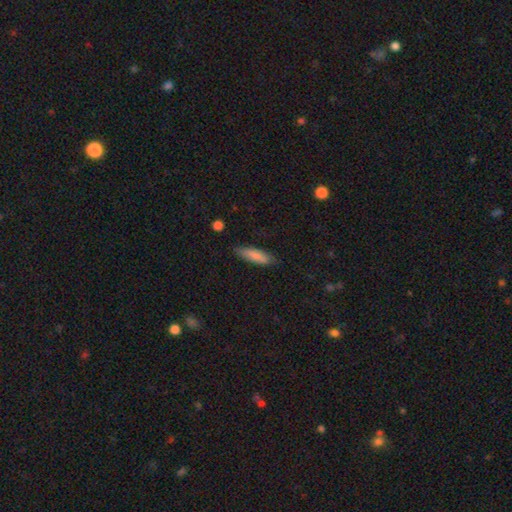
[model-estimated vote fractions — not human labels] The model was most divided on "how rounded": cigar-shaped: 63%, in between: 36%, round: 2%. More confident: smooth or featured — smooth (82%); merging — none (81%).